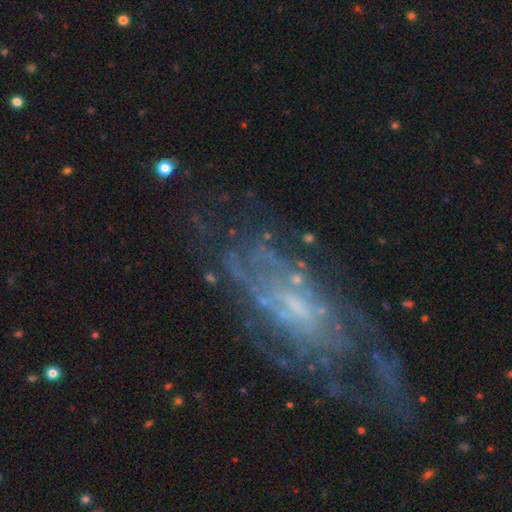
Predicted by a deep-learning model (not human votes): featured or disk 78%, smooth 12%, star or artifact 11%. Down the decision tree: edge-on disk — no (90%); bar — no (43%); spiral arms — yes (77%); spiral arm count — can't tell (60%); spiral winding — tight (49%); bulge size — small (46%); merging — none (58%).